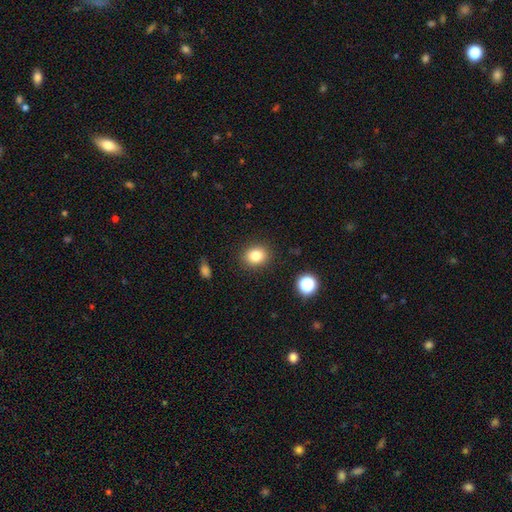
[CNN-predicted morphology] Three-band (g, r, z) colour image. It shows a smooth galaxy with no disk features (82%) that is round (63%). Merging: none (88%).